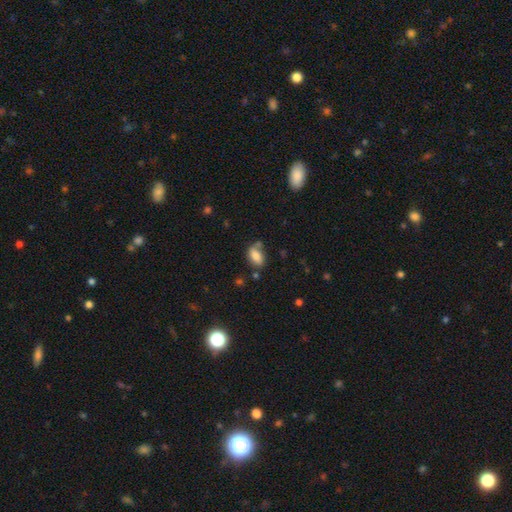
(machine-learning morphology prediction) smooth 80%, featured or disk 11%, star or artifact 9%. Down the decision tree: how rounded — in between (89%); merging — none (57%).